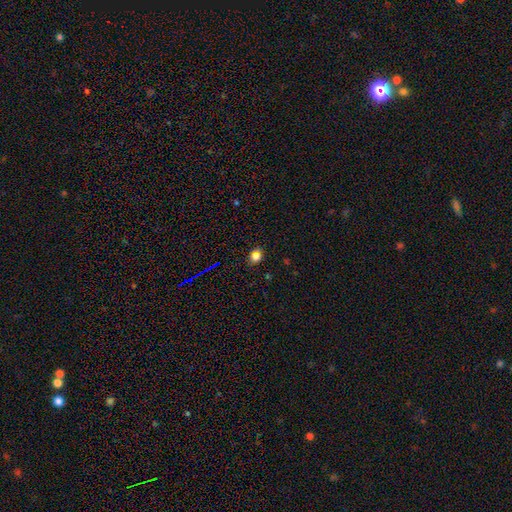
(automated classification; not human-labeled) Q: Smooth or featured?
A: smooth (68%); runner-up: star or artifact (24%)
Q: How rounded?
A: round (66%); runner-up: in between (33%)
Q: Merging?
A: none (84%); runner-up: minor disturbance (10%)